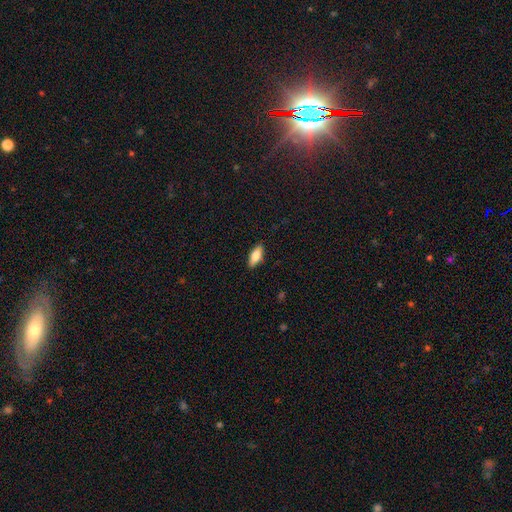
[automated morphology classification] type=smooth (76%); roundness=in between (80%); merging=none (88%).